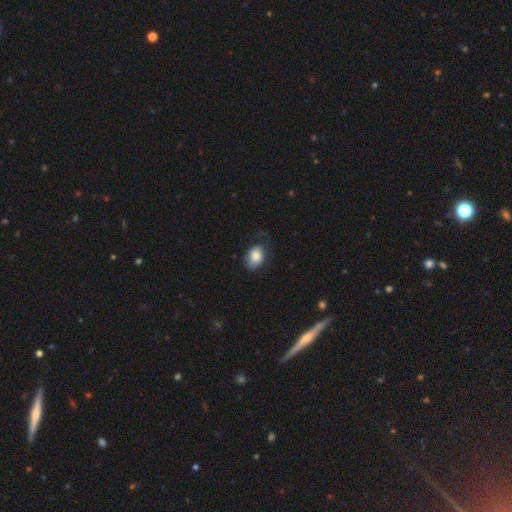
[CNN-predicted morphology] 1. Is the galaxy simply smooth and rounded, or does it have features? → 79% smooth, 14% featured or disk, 7% star or artifact.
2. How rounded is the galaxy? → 74% in between, 25% round, 1% cigar-shaped.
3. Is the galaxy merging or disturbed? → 53% none, 30% minor disturbance, 16% major disturbance, 2% merger.